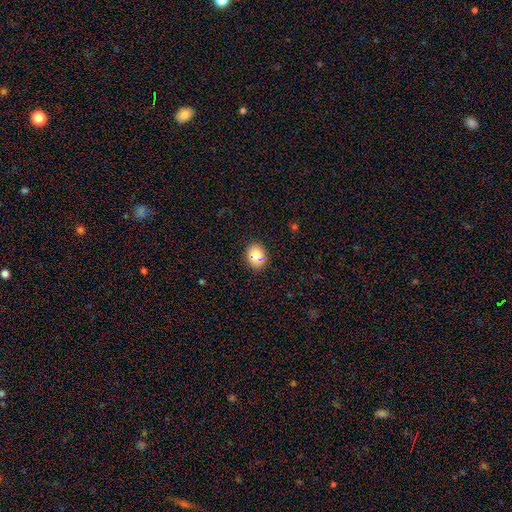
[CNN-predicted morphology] A smooth galaxy with no disk features (78%) that is round (53%).

Vote fractions:
- Smooth or featured? smooth: 78% / star or artifact: 12% / featured or disk: 10%
- How rounded? round: 53% / in between: 46% / cigar-shaped: 1%
- Merging? none: 86% / minor disturbance: 10% / merger: 3% / major disturbance: 2%